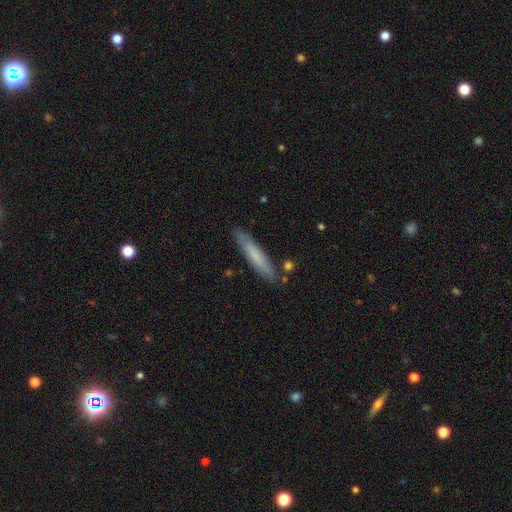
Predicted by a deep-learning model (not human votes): Smooth or featured? Predicted: smooth (p=0.67). How rounded? Predicted: cigar-shaped (p=0.89). Merging? Predicted: none (p=0.84).